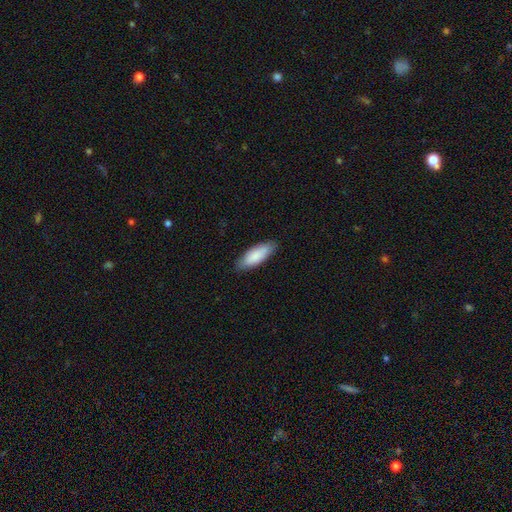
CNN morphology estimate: A smooth galaxy with no disk features (86%) that is in between round and cigar-shaped (65%). Merging: none (86%).